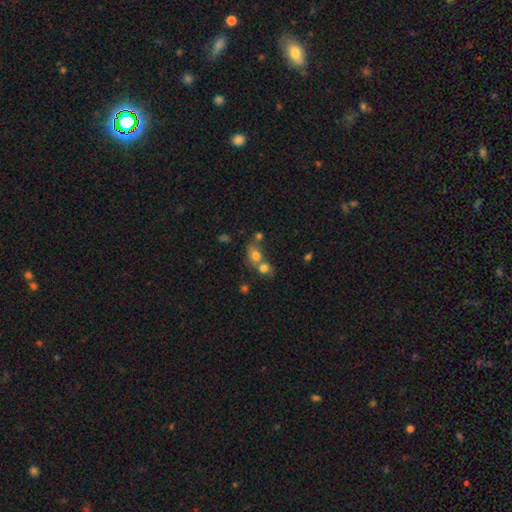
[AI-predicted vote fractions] The model was most divided on "how rounded" (2-way tie): round: 49%, in between: 49%, cigar-shaped: 2%. More confident: smooth or featured — smooth (74%); merging — merger (57%).